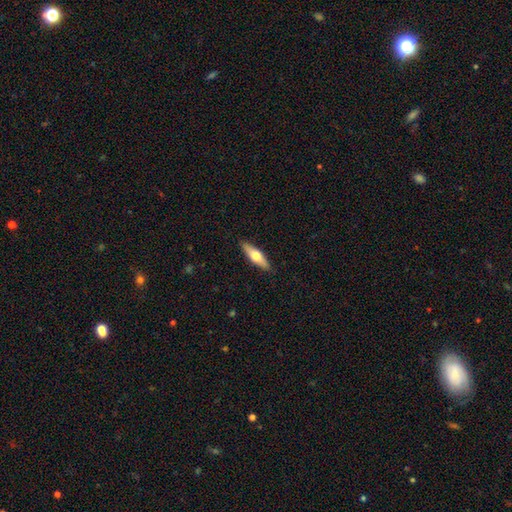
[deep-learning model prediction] Smooth or featured? smooth (52%)
How rounded? cigar-shaped (57%)
Merging? none (90%)